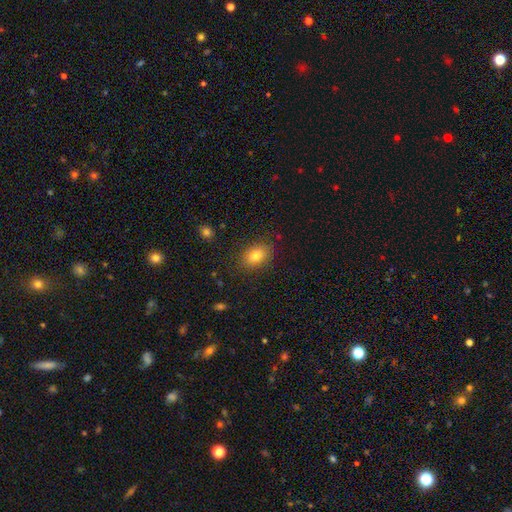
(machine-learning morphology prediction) This is clearly a smooth galaxy (80%). How rounded: clearly in between (80%). Merging: clearly none (85%).